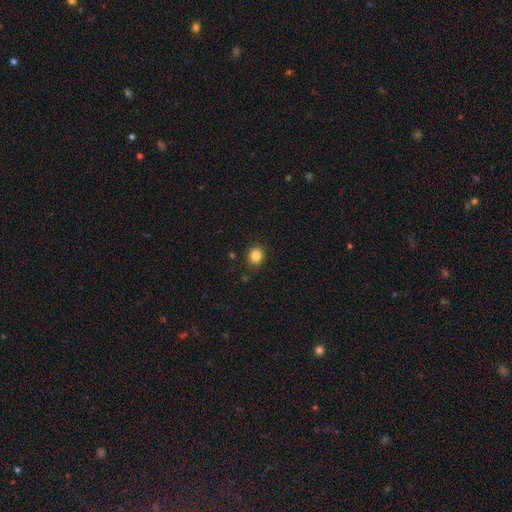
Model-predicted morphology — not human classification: A smooth galaxy with no disk features (84%) that is round (66%).

Vote fractions:
- Smooth or featured? smooth: 84% / star or artifact: 11% / featured or disk: 5%
- How rounded? round: 66% / in between: 33% / cigar-shaped: 1%
- Merging? none: 88% / minor disturbance: 8% / major disturbance: 2% / merger: 1%